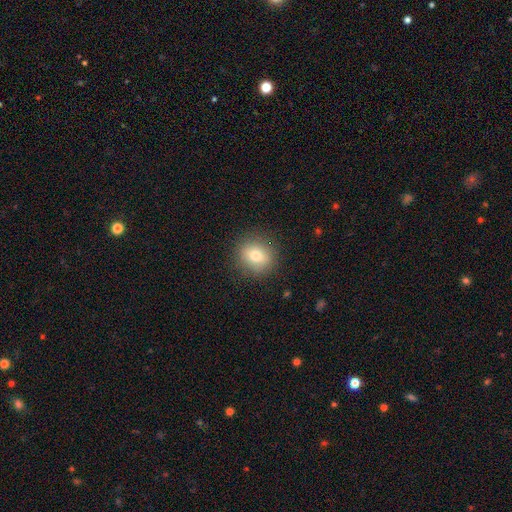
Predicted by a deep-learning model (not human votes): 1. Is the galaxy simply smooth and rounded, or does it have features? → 75% smooth, 14% featured or disk, 11% star or artifact.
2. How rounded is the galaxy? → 82% round, 17% in between, 1% cigar-shaped.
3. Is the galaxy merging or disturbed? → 88% none, 9% minor disturbance, 3% major disturbance, 1% merger.